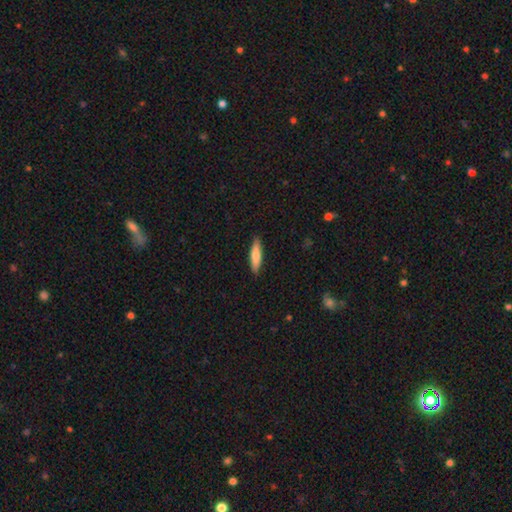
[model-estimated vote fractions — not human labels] This appears to be a smooth galaxy with no disk features (76%) that is cigar-shaped (76%). Merging: none (89%).